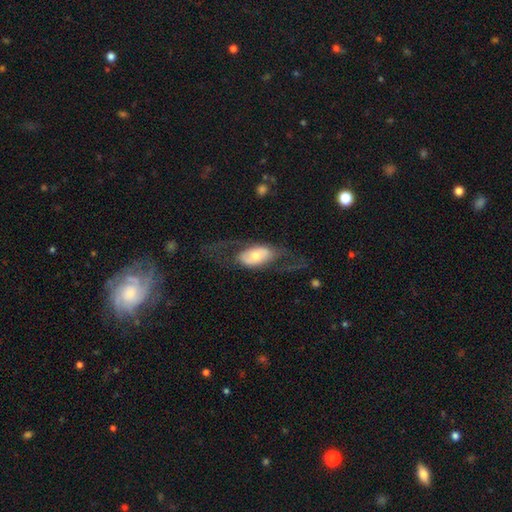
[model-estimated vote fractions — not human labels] Overall: featured or disk (56%; smooth 38%). Edge-on disk: no (83%). Merging: none (52%; major disturbance 30%).